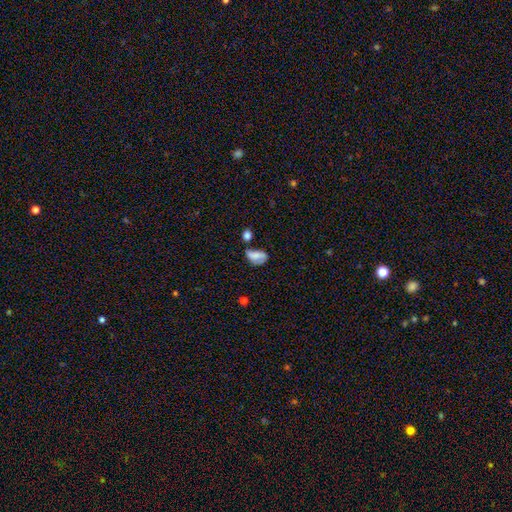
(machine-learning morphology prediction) smooth 63%, featured or disk 26%, star or artifact 11%. Down the decision tree: how rounded — in between (86%); merging — none (35%).